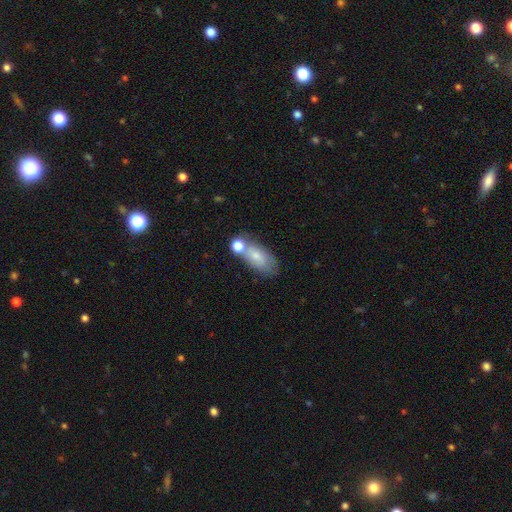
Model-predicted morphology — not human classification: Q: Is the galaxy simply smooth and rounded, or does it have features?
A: smooth — 72%.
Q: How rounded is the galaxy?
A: in between — 85%.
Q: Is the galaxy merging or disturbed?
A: none — 45%.